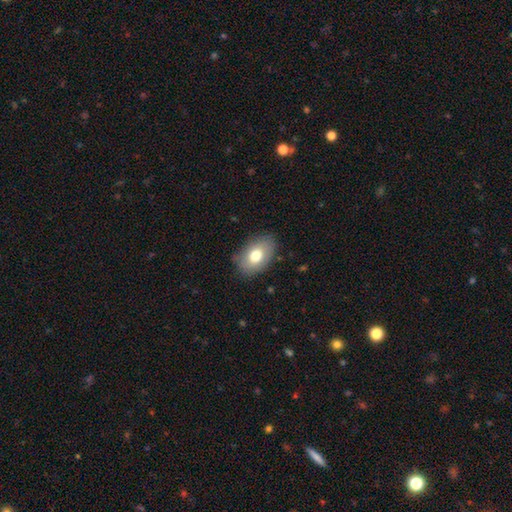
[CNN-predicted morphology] smooth_or_featured: smooth (p=0.75) [alt: featured or disk p=0.17]
how_rounded: in between (p=0.88) [alt: round p=0.11]
merging: none (p=0.79) [alt: minor disturbance p=0.16]